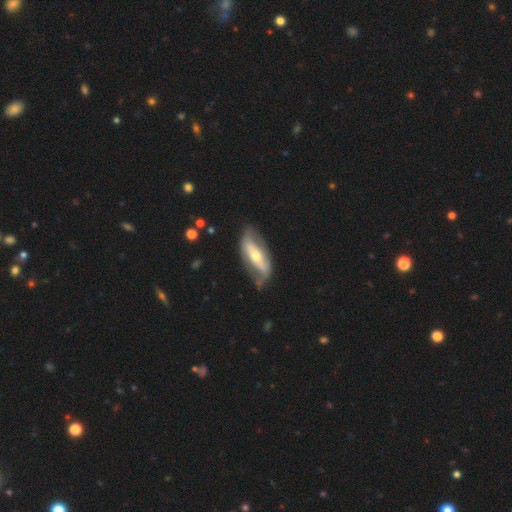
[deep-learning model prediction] Morphology: type=featured or disk (68%); edge-on=no (82%); bar=strong (50%); spiral arms=yes (60%); bulge=moderate (54%); merging=none (63%).